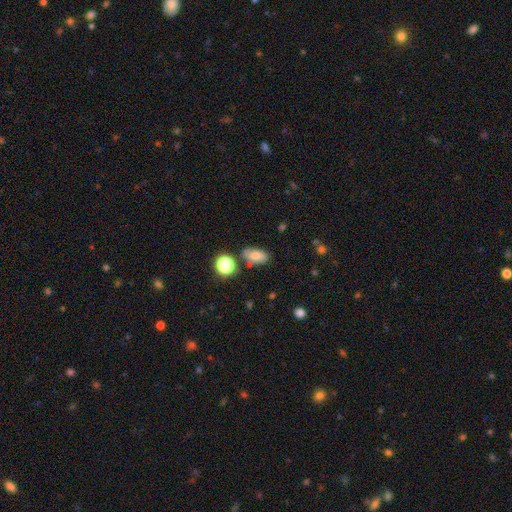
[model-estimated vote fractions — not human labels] Smooth or featured? smooth (76%)
How rounded? in between (86%)
Merging? none (71%)